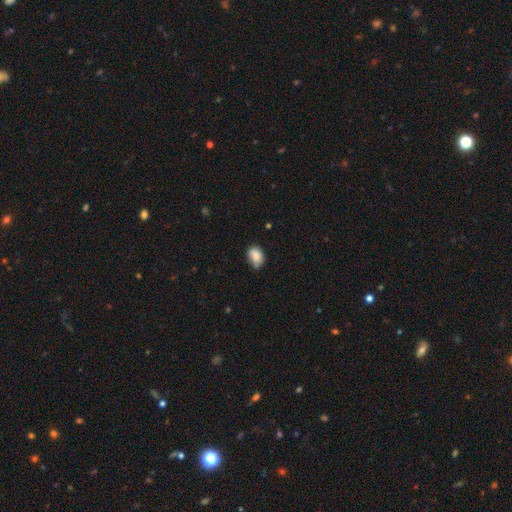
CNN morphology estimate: smooth-or-featured: smooth: 85% | star or artifact: 9% | featured or disk: 7%
  how-rounded: in between: 73% | round: 26% | cigar-shaped: 1%
  merging: none: 55% | minor disturbance: 34% | major disturbance: 6% | merger: 5%